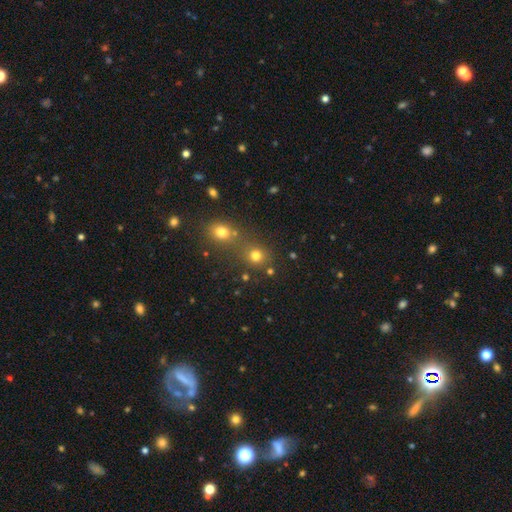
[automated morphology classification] A smooth galaxy with no disk features (75%) that is round (83%). Merging: none (60%).